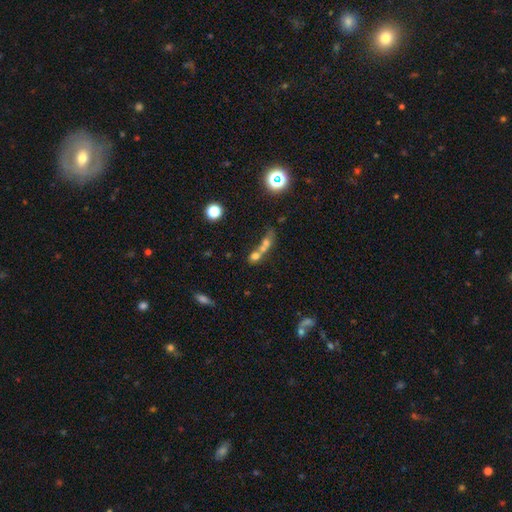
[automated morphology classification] Overall: smooth (55%; featured or disk 23%). How rounded: round (51%; in between 38%). Merging: merger (65%).